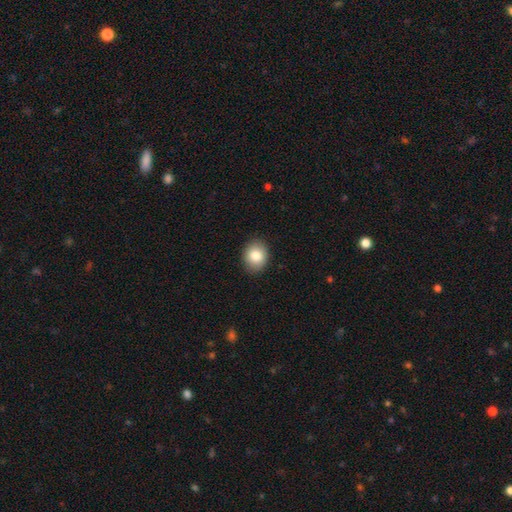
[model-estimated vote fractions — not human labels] Q: Smooth or featured?
A: smooth (84%); runner-up: star or artifact (8%)
Q: How rounded?
A: in between (50%); runner-up: round (49%)
Q: Merging?
A: none (89%); runner-up: minor disturbance (8%)